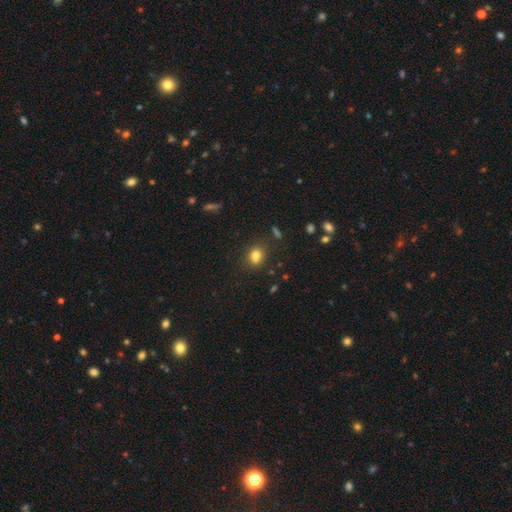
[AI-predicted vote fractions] Smooth or featured?
  - smooth: 78% *
  - star or artifact: 13%
  - featured or disk: 9%
How rounded?
  - round: 62% *
  - in between: 37%
  - cigar-shaped: 1%
Merging?
  - none: 74% *
  - minor disturbance: 14%
  - merger: 8%
  - major disturbance: 4%